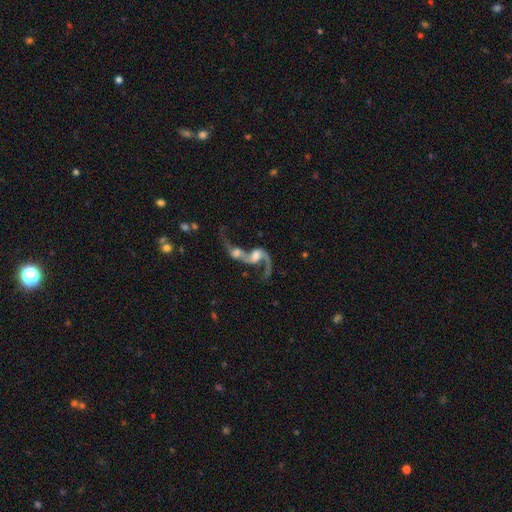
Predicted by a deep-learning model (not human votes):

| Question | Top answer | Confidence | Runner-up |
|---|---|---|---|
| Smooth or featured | featured or disk | 75% | smooth (16%) |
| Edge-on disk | no | 96% | yes (4%) |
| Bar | no | 52% | weak (34%) |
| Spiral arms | yes | 84% | no (16%) |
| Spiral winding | loose | 87% | medium (10%) |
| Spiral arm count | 2 | 69% | 1 (24%) |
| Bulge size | moderate | 35% | large (22%) |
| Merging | merger | 76% | major disturbance (11%) |